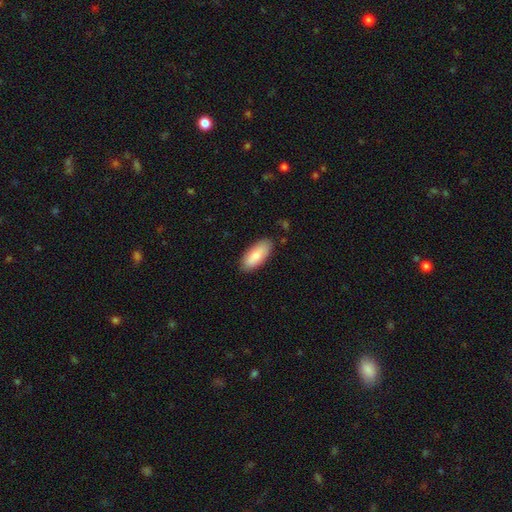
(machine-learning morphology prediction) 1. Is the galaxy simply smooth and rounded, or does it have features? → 82% smooth, 13% featured or disk, 6% star or artifact.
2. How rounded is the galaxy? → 87% in between, 12% cigar-shaped, 2% round.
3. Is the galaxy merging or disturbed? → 83% none, 13% minor disturbance, 2% major disturbance, 1% merger.